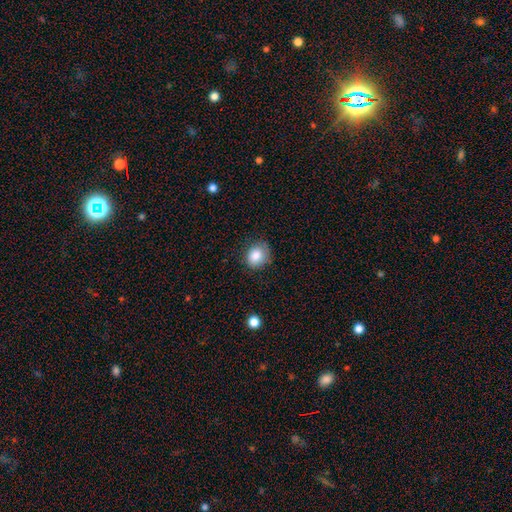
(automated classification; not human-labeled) Smooth or featured: smooth — 85% (star or artifact — 9%)
How rounded: round — 69% (in between — 30%)
Merging: none — 74% (minor disturbance — 20%)